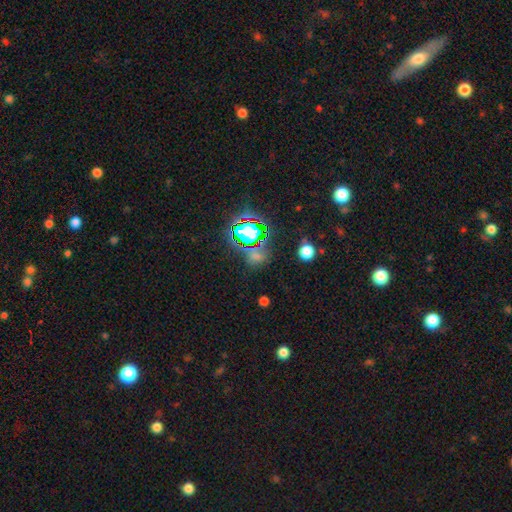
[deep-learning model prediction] Morphology: type=star or artifact (58%).